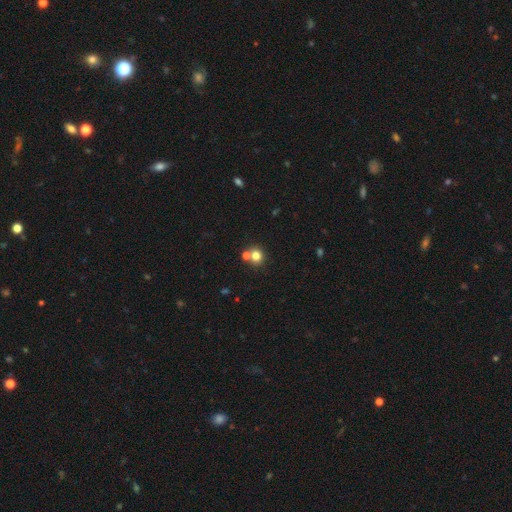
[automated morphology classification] smooth-or-featured: smooth: 77% | star or artifact: 13% | featured or disk: 9%
  how-rounded: round: 86% | in between: 13% | cigar-shaped: 1%
  merging: none: 60% | merger: 30% | minor disturbance: 7% | major disturbance: 3%